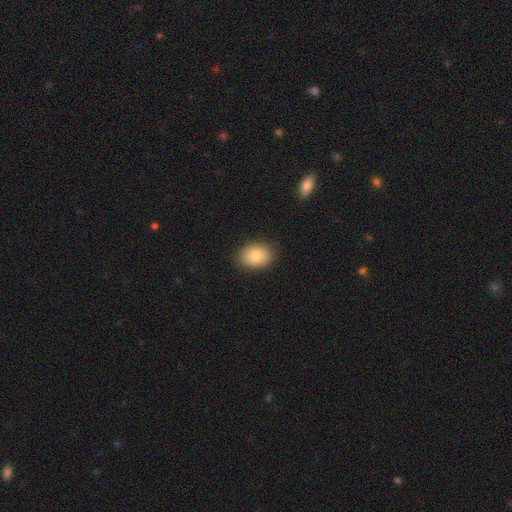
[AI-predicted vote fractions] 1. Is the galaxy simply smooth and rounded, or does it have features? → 83% smooth, 9% featured or disk, 8% star or artifact.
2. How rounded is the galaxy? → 62% in between, 37% round, 1% cigar-shaped.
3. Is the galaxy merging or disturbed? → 87% none, 10% minor disturbance, 2% major disturbance, 1% merger.